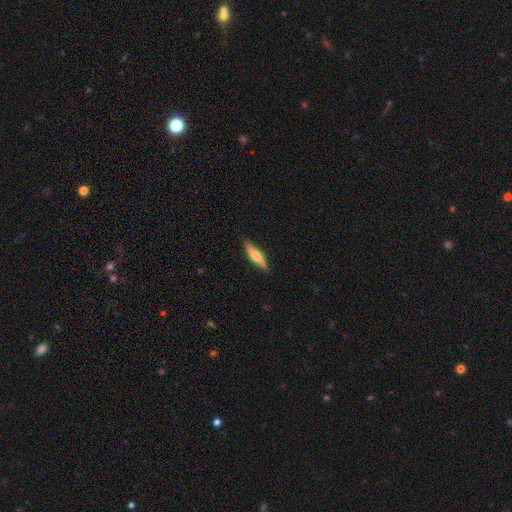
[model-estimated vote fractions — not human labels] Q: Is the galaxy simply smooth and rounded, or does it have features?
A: smooth — 58%.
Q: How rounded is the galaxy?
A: cigar-shaped — 77%.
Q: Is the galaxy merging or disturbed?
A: none — 85%.